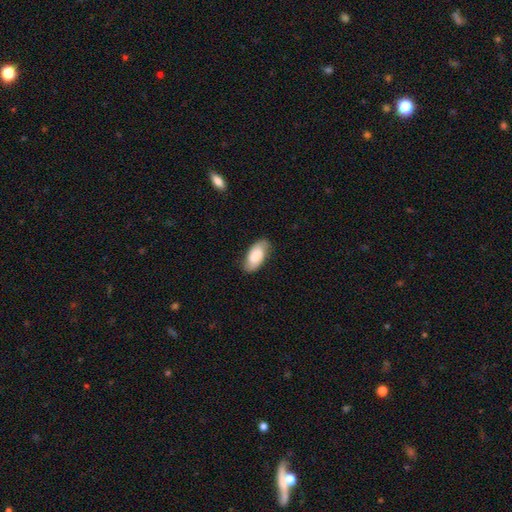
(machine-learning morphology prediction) smooth_or_featured: smooth (p=0.69) [alt: featured or disk p=0.24]
how_rounded: in between (p=0.92) [alt: cigar-shaped p=0.05]
merging: none (p=0.80) [alt: minor disturbance p=0.15]